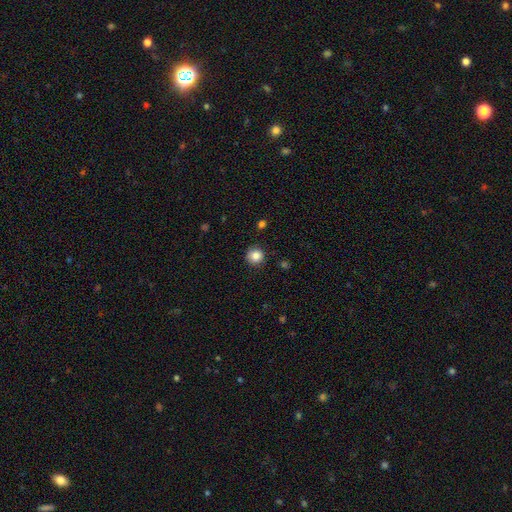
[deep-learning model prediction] smooth_or_featured: smooth (p=0.85) [alt: star or artifact p=0.10]
how_rounded: round (p=0.93) [alt: in between p=0.06]
merging: none (p=0.89) [alt: minor disturbance p=0.08]